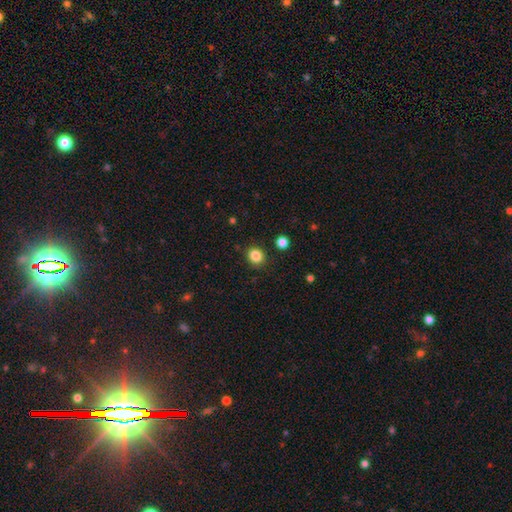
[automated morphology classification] A smooth galaxy with no disk features (85%) that is round (76%). Merging: none (88%).